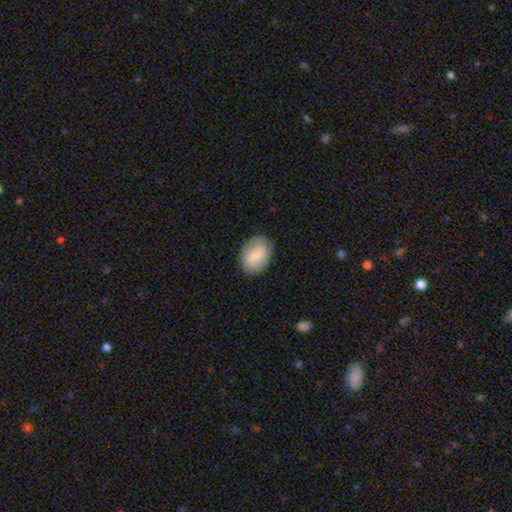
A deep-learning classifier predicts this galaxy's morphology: smooth 70%, featured or disk 23%, star or artifact 7%. Down the decision tree: how rounded — in between (72%); merging — none (83%).